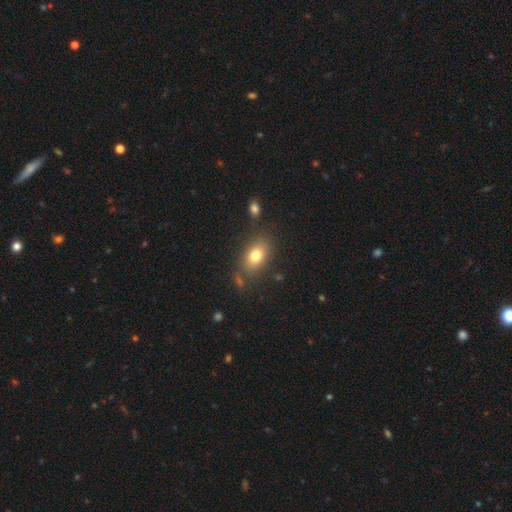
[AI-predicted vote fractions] A smooth galaxy with no disk features (77%) that is in between round and cigar-shaped (82%). Merging: none (75%).